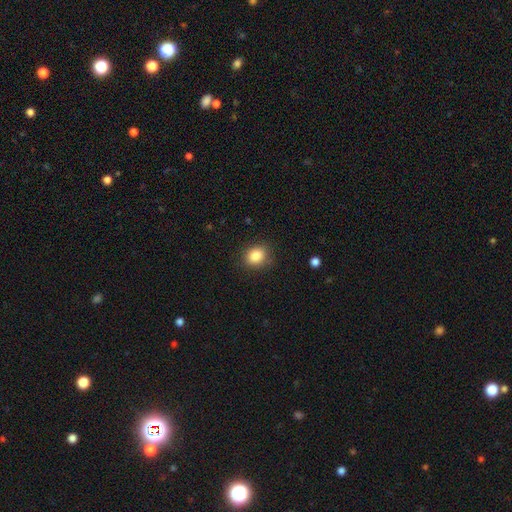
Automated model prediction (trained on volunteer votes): The model was most divided on "how rounded": round: 59%, in between: 40%, cigar-shaped: 1%. More confident: smooth or featured — smooth (86%); merging — none (84%).